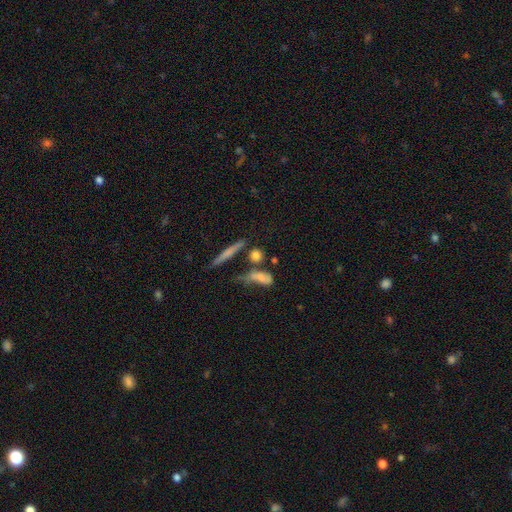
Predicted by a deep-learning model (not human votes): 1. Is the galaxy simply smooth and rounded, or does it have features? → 72% smooth, 18% featured or disk, 11% star or artifact.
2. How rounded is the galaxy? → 49% round, 29% in between, 22% cigar-shaped.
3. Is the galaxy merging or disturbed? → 54% none, 23% merger, 14% minor disturbance, 9% major disturbance.